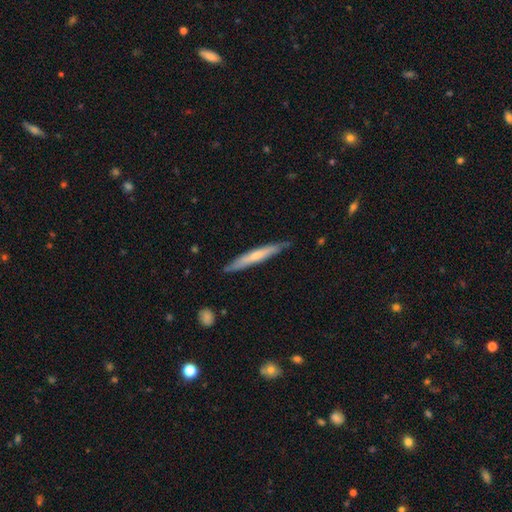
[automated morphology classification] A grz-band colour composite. It shows a smooth galaxy with no disk features (51%) that is cigar-shaped (94%). Merging: none (82%).